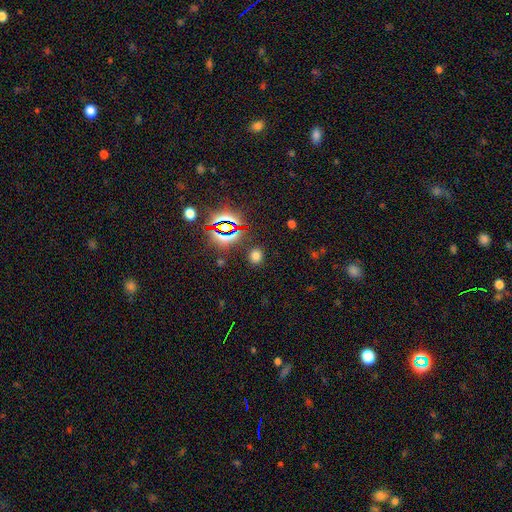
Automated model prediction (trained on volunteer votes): The model was most divided on "how rounded": round: 67%, in between: 32%, cigar-shaped: 1%. More confident: merging — none (86%); smooth or featured — smooth (67%).